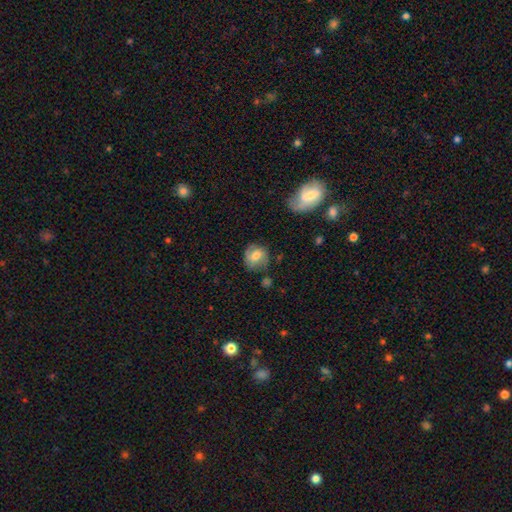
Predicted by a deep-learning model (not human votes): Smooth or featured: smooth — 50% (featured or disk — 42%)
Merging: none — 68% (minor disturbance — 21%)